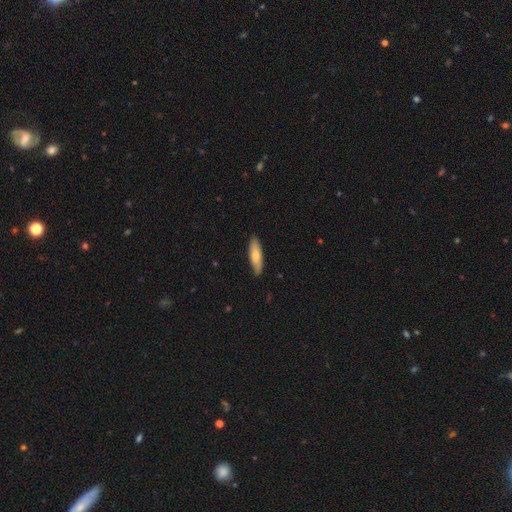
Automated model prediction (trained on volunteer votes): Smooth or featured? smooth (74%)
How rounded? cigar-shaped (62%)
Merging? none (87%)